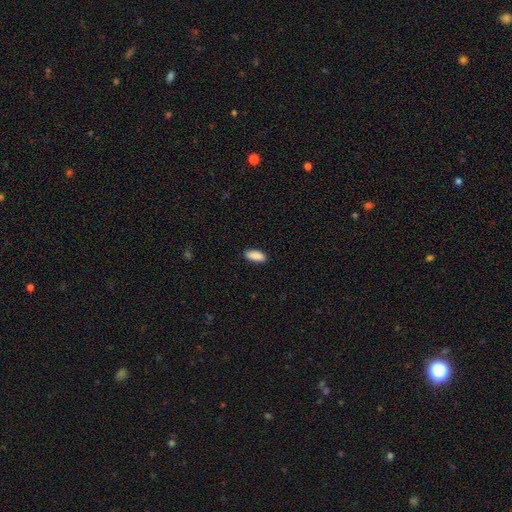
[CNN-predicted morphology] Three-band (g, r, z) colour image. It shows a smooth galaxy with no disk features (91%) that is in between round and cigar-shaped (83%). Merging: none (89%).